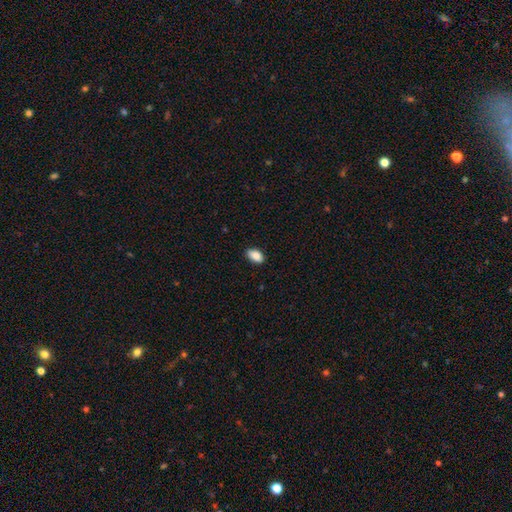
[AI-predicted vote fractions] Q: Smooth or featured?
A: smooth (89%); runner-up: star or artifact (7%)
Q: How rounded?
A: in between (93%); runner-up: round (5%)
Q: Merging?
A: none (86%); runner-up: minor disturbance (11%)